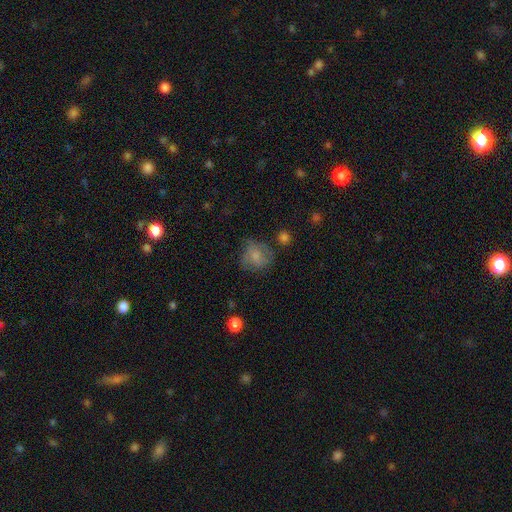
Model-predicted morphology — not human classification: Smooth or featured? smooth (65%)
How rounded? round (75%)
Merging? none (58%)